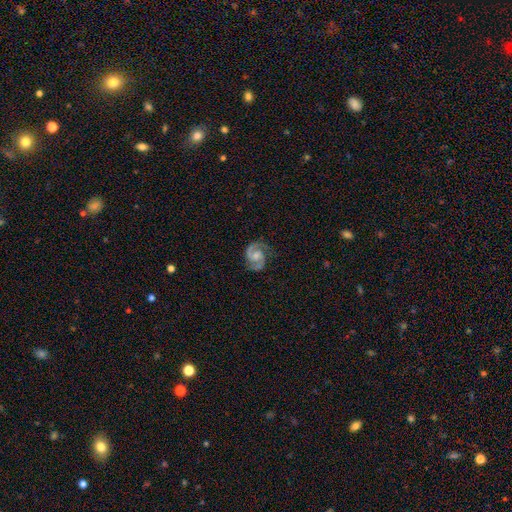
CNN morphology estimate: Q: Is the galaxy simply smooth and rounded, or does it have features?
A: featured or disk — 91%.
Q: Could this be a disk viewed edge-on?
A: no — 98%.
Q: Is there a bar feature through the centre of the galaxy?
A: no — 53%.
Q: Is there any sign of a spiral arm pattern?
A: yes — 98%.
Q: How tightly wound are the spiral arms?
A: medium — 59%.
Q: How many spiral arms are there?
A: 2 — 94%.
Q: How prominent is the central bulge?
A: moderate — 47%.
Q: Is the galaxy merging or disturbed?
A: none — 80%.